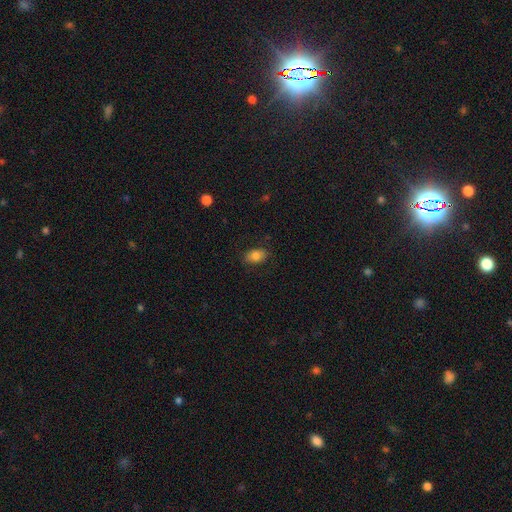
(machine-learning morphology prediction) Smooth or featured? smooth (81%)
How rounded? in between (84%)
Merging? none (82%)